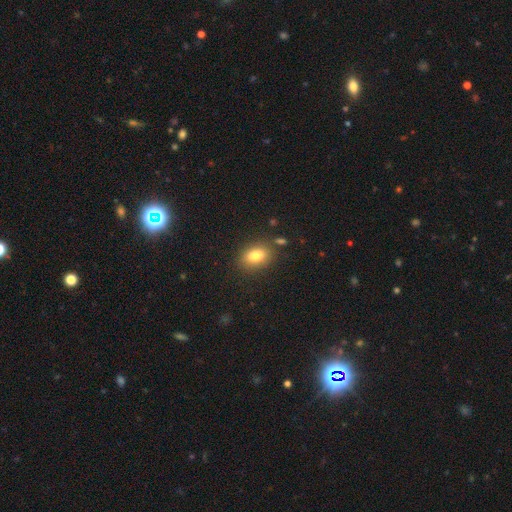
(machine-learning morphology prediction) smooth 82%, star or artifact 9%, featured or disk 9%. Down the decision tree: how rounded — in between (79%); merging — none (81%).